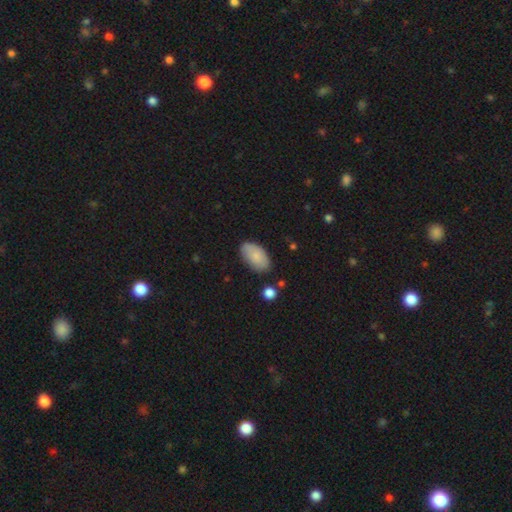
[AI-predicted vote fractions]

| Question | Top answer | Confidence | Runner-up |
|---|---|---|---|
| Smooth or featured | smooth | 82% | featured or disk (12%) |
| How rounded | in between | 94% | round (4%) |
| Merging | none | 79% | minor disturbance (15%) |